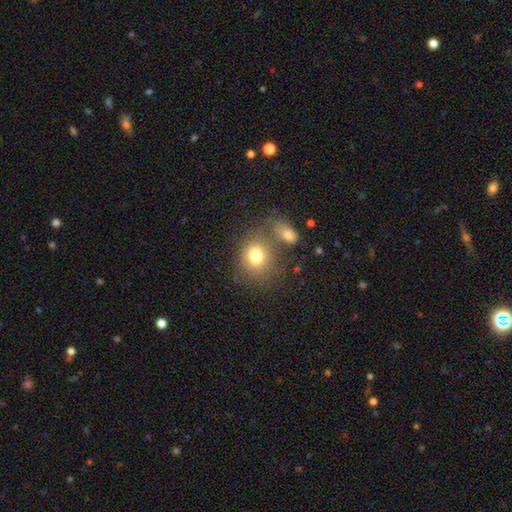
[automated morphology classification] Smooth or featured?
  - smooth: 76% *
  - featured or disk: 12%
  - star or artifact: 11%
How rounded?
  - round: 67% *
  - in between: 32%
  - cigar-shaped: 1%
Merging?
  - none: 60% *
  - merger: 20%
  - minor disturbance: 13%
  - major disturbance: 7%